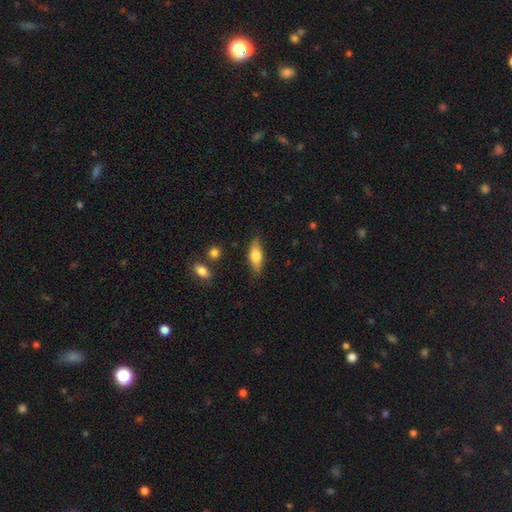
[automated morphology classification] smooth_or_featured: smooth (p=0.64) [alt: featured or disk p=0.29]
how_rounded: in between (p=0.64) [alt: cigar-shaped p=0.33]
merging: none (p=0.83) [alt: minor disturbance p=0.12]